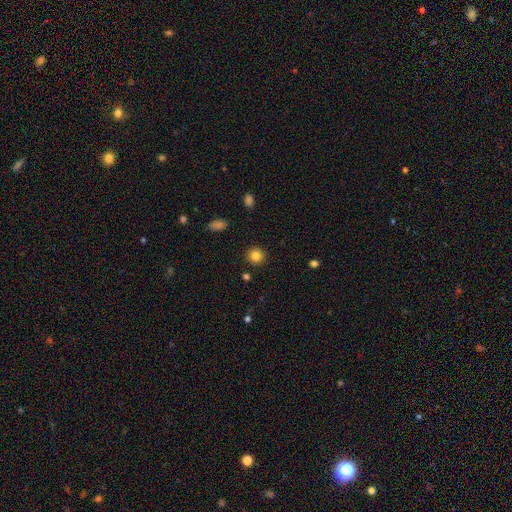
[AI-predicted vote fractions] This appears to be a smooth galaxy with no disk features (84%) that is round (92%). Merging: none (91%).